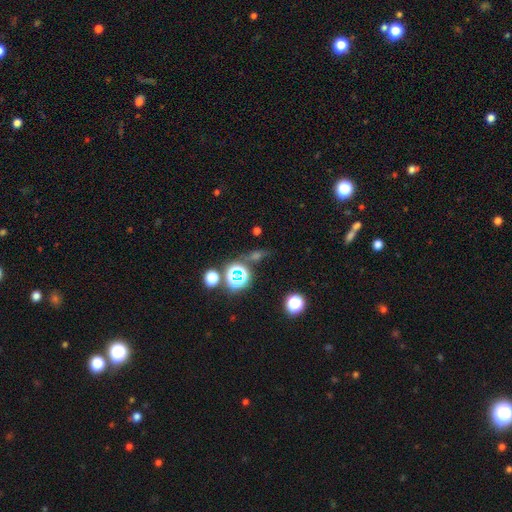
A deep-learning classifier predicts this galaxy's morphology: A star or artifact, not a galaxy (58%).

Vote fractions:
- Smooth or featured? star or artifact: 58% / smooth: 28% / featured or disk: 14%